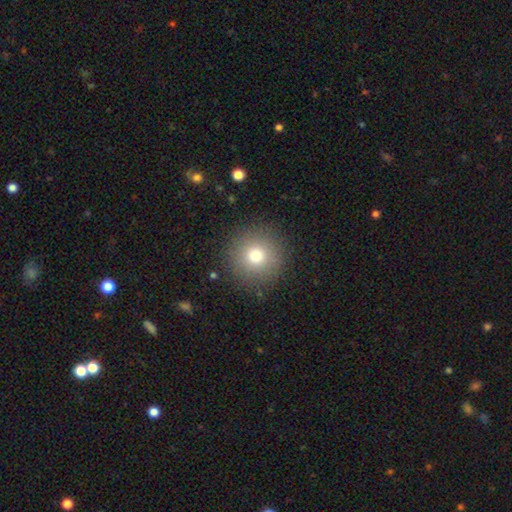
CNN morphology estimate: smooth_or_featured: smooth (p=0.79) [alt: star or artifact p=0.12]
how_rounded: round (p=0.96) [alt: in between p=0.03]
merging: none (p=0.89) [alt: minor disturbance p=0.07]